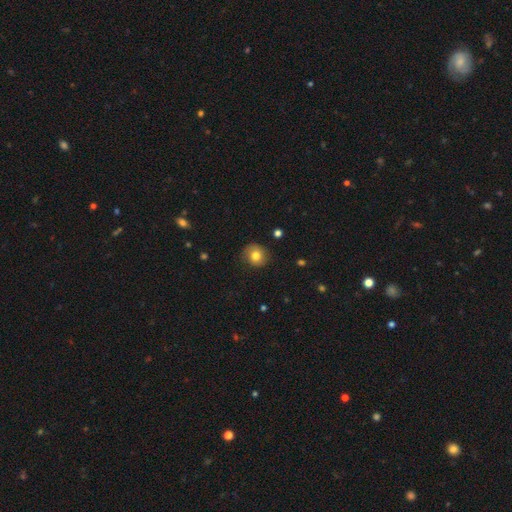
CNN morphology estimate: type=smooth (77%); roundness=round (86%); merging=none (79%).